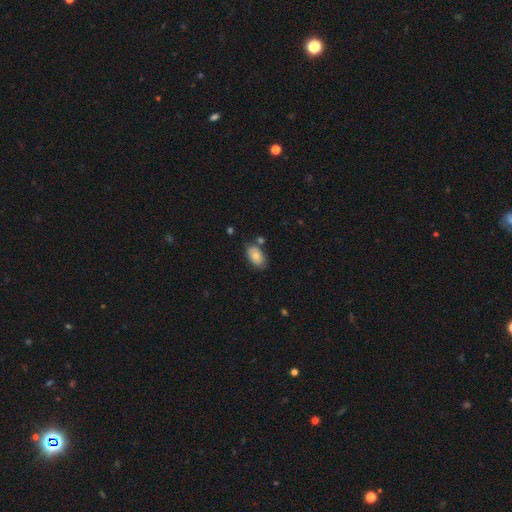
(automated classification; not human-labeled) Overall: smooth (76%). How rounded: in between (90%). Merging: none (72%).